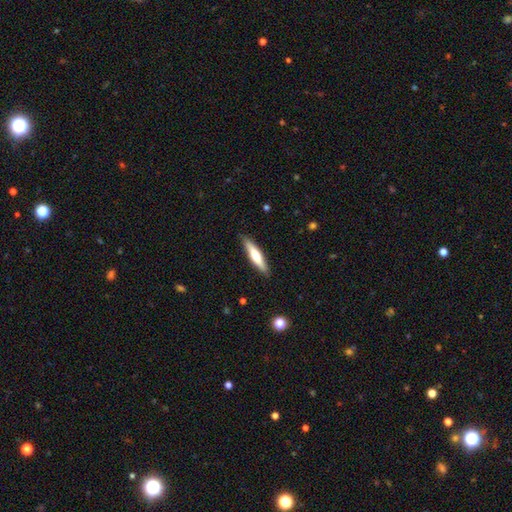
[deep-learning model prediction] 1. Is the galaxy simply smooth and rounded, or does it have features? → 48% smooth, 47% featured or disk, 5% star or artifact.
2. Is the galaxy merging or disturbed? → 88% none, 9% minor disturbance, 2% major disturbance, 1% merger.